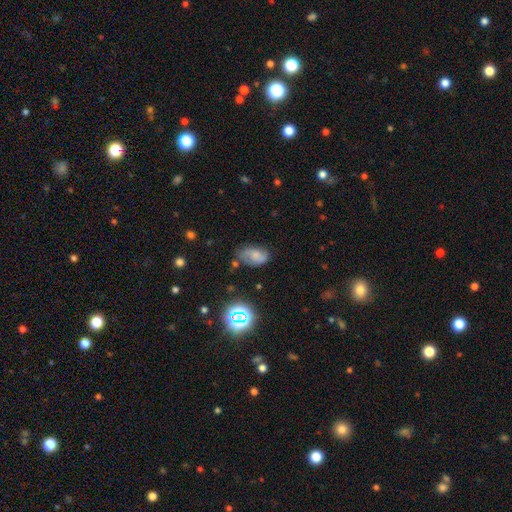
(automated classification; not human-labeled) The model was most divided on "merging": none: 60%, minor disturbance: 28%, major disturbance: 8%, merger: 4%. More confident: how rounded — in between (88%); smooth or featured — smooth (60%).